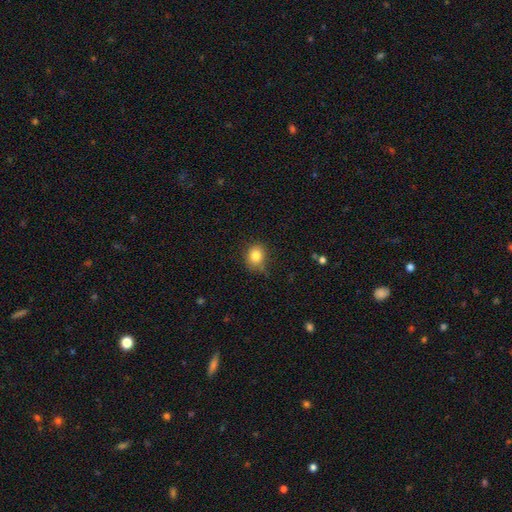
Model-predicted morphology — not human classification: smooth 83%, star or artifact 10%, featured or disk 6%. Down the decision tree: how rounded — round (67%); merging — none (74%).